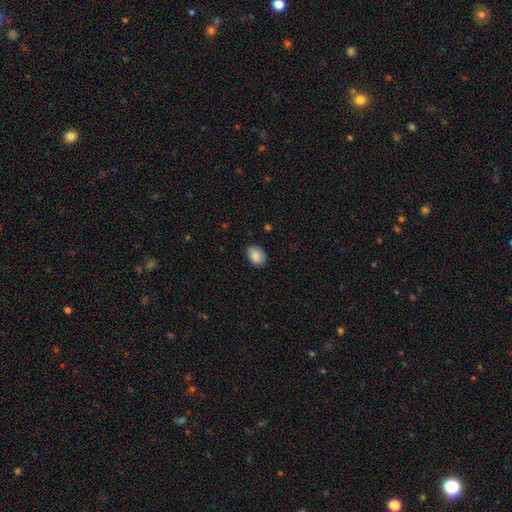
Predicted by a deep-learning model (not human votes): Overall: smooth (87%). How rounded: in between (82%). Merging: none (81%).